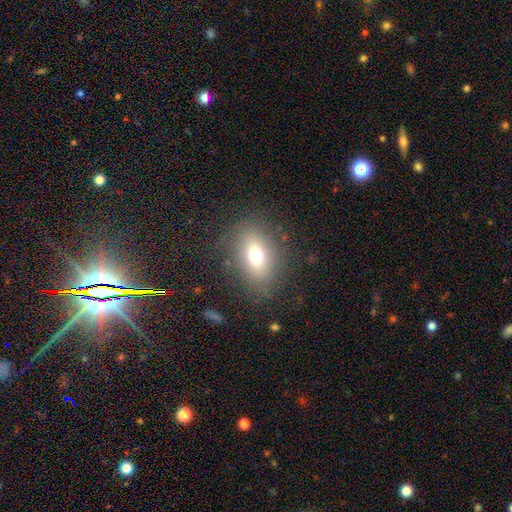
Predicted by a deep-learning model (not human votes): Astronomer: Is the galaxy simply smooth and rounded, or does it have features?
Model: smooth — 68%.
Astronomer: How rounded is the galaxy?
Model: in between — 73%.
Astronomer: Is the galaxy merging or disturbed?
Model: none — 78%.